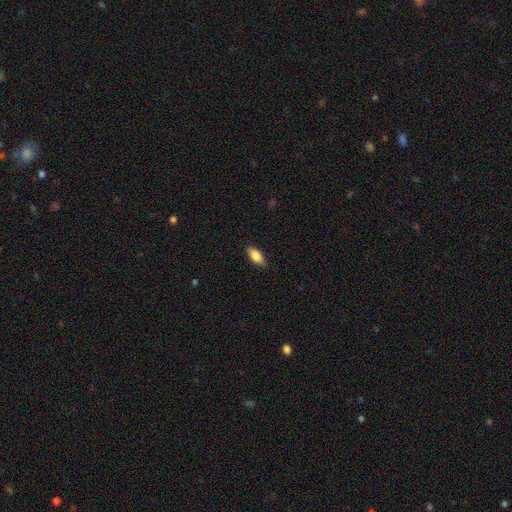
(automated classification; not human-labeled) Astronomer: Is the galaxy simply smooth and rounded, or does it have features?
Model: smooth — 83%.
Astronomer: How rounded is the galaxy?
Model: in between — 85%.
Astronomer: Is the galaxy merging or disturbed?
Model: none — 83%.